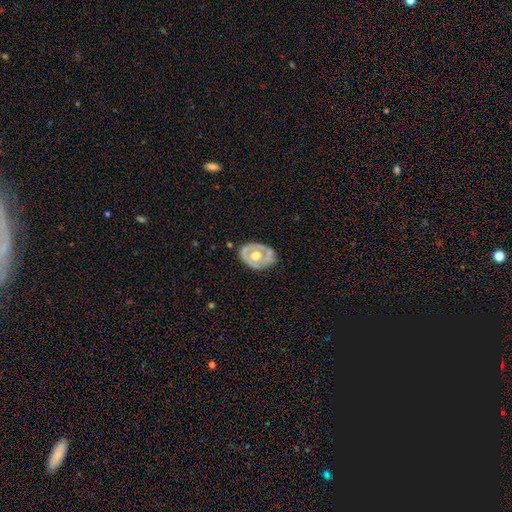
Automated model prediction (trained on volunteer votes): The model was most divided on "smooth or featured": featured or disk: 63%, smooth: 32%, star or artifact: 5%. More confident: edge-on disk — no (93%); bar — no (85%); spiral arms — no (81%); bulge size — moderate (70%); merging — none (69%).